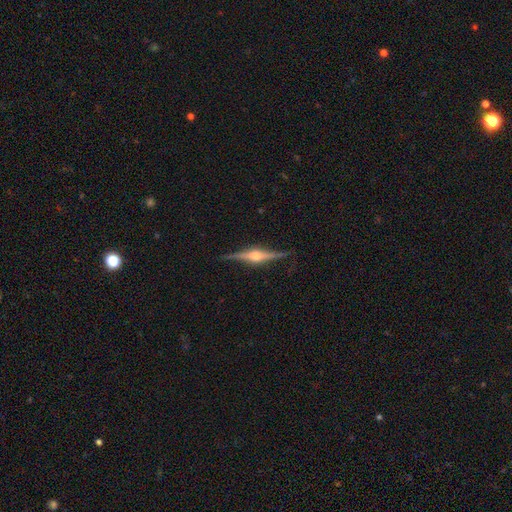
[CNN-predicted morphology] type=featured or disk (87%); edge-on=yes (98%); edge-on bulge=rounded (93%); merging=none (87%).